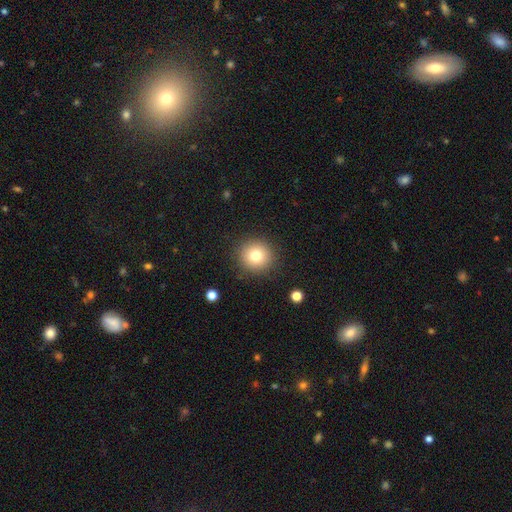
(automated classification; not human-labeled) Smooth or featured: smooth — 77% (star or artifact — 12%)
How rounded: round — 94% (in between — 5%)
Merging: none — 90% (minor disturbance — 7%)